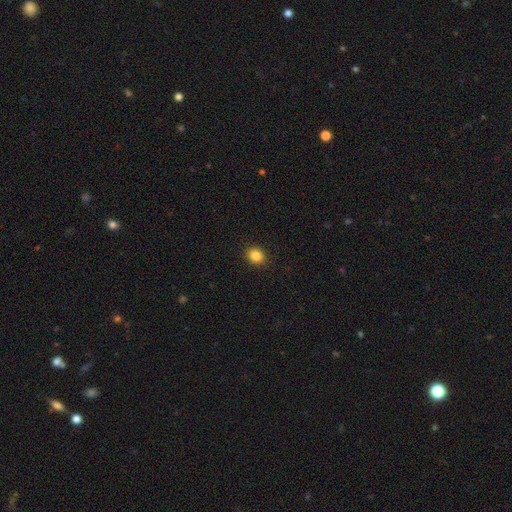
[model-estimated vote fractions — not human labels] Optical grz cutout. It shows a smooth galaxy with no disk features (85%) that is round (64%). Merging: none (91%).